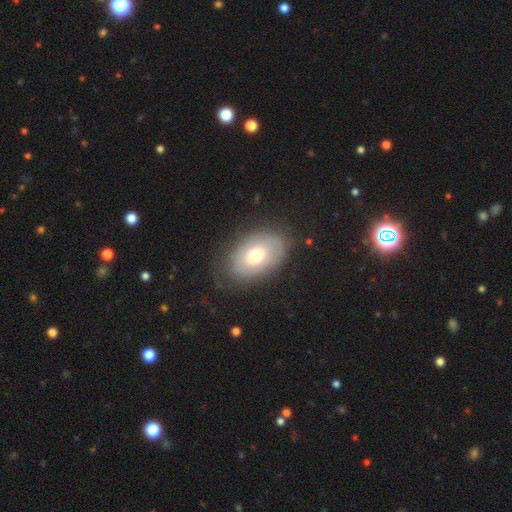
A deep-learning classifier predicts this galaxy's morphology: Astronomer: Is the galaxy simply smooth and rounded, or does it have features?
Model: smooth — 57% (runner-up: featured or disk, 35%).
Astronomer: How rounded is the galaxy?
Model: in between — 86%.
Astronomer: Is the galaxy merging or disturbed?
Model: none — 72%.